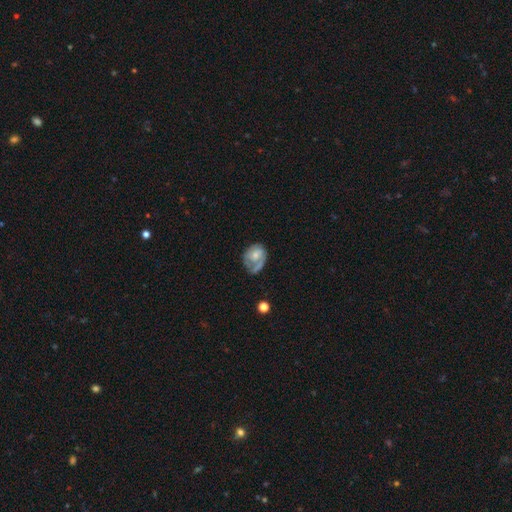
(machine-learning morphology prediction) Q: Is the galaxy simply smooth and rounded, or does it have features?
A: featured or disk — 57%.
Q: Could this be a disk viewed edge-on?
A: no — 97%.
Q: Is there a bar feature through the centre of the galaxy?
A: no — 72%.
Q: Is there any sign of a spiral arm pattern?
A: yes — 71%.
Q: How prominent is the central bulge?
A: small — 50%.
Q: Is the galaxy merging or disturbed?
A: none — 42%.